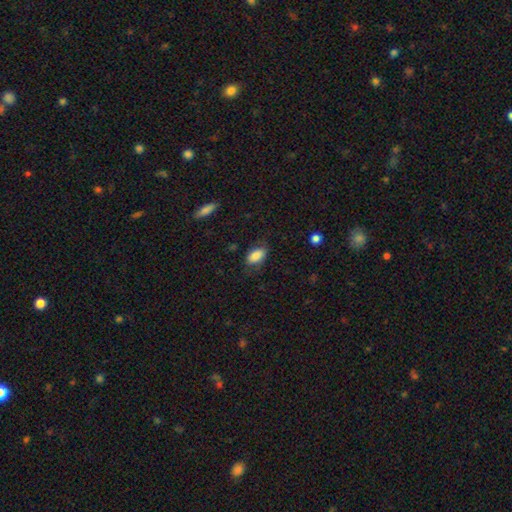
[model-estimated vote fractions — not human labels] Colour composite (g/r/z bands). It shows a smooth galaxy with no disk features (84%) that is in between round and cigar-shaped (91%). Merging: none (72%).